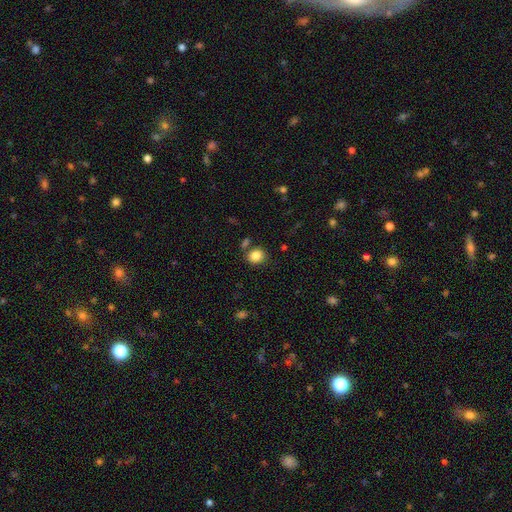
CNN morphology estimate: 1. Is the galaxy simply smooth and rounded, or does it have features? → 85% smooth, 10% star or artifact, 6% featured or disk.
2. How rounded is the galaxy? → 66% round, 33% in between, 1% cigar-shaped.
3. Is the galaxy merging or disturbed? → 75% none, 12% minor disturbance, 9% merger, 4% major disturbance.